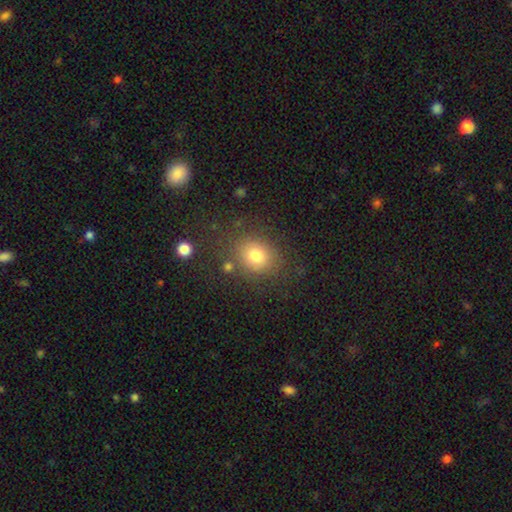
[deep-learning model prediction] This appears to be a smooth galaxy with no disk features (74%) that is round (69%). Merging: none (79%).